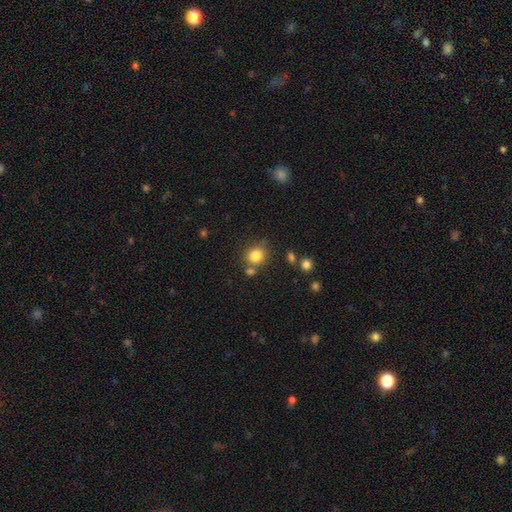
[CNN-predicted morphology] Smooth or featured? smooth (82%)
How rounded? round (84%)
Merging? none (70%)